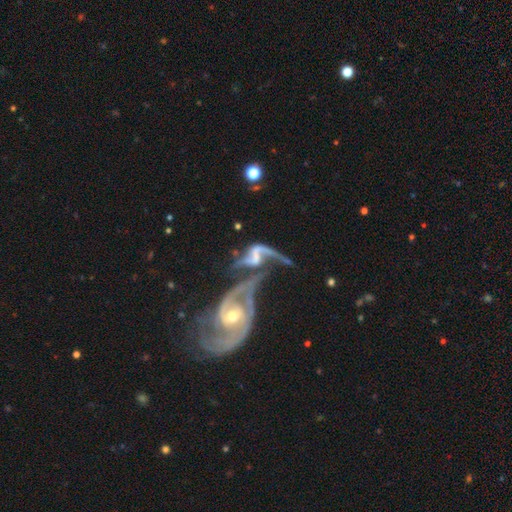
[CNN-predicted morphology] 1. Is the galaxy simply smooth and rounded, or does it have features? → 77% featured or disk, 14% smooth, 9% star or artifact.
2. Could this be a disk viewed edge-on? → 95% no, 5% yes.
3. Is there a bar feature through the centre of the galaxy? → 42% no, 33% weak, 25% strong.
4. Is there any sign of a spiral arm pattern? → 80% yes, 20% no.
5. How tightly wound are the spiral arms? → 67% loose, 23% medium, 10% tight.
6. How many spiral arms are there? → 69% 2, 15% 1, 10% can't tell, 2% 3, 2% 4, 2% more than 4.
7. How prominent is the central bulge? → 31% moderate (tied), 31% none (tied), 28% small, 7% large, 3% dominant.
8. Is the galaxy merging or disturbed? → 66% merger, 20% major disturbance, 9% none, 6% minor disturbance.